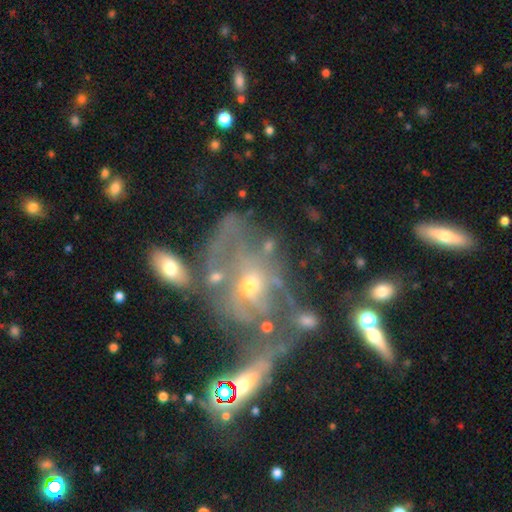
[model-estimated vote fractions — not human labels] Smooth or featured? featured or disk (63%)
Edge-on disk? no (92%)
Bar? no (70%)
Spiral arms? yes (56%)
Bulge size? small (51%)
Merging? none (34%)